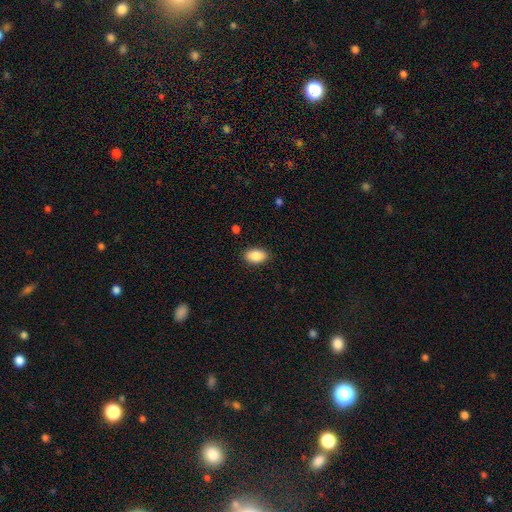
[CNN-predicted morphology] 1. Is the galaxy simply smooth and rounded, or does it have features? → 88% smooth, 7% star or artifact, 5% featured or disk.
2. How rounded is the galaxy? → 92% in between, 7% round, 2% cigar-shaped.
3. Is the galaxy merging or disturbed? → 88% none, 8% minor disturbance, 2% major disturbance, 1% merger.